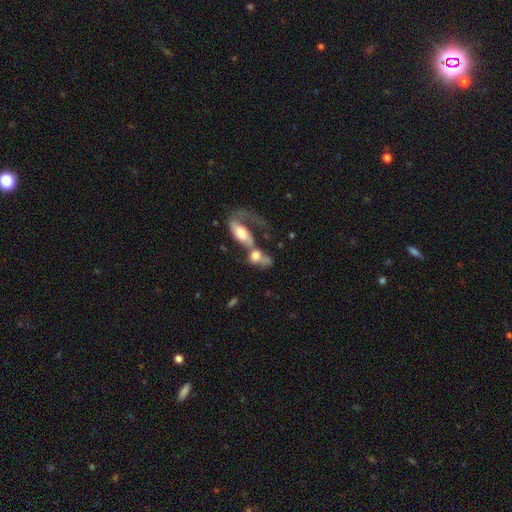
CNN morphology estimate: This is possibly a smooth galaxy (51%). How rounded: likely in between (75%). Merging: likely merger (74%).